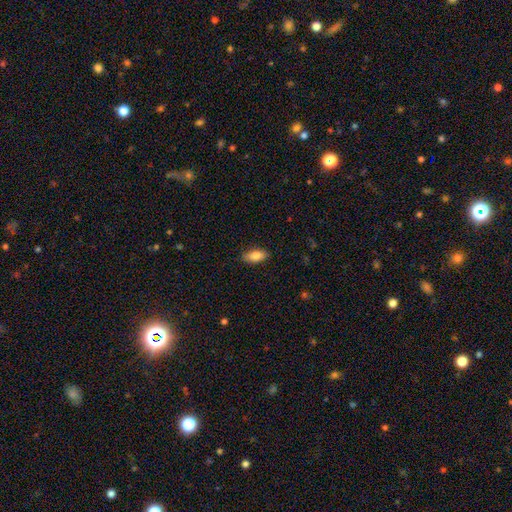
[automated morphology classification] smooth-or-featured: smooth: 81% | featured or disk: 12% | star or artifact: 7%
  how-rounded: in between: 87% | cigar-shaped: 10% | round: 3%
  merging: none: 86% | minor disturbance: 11% | major disturbance: 2% | merger: 1%